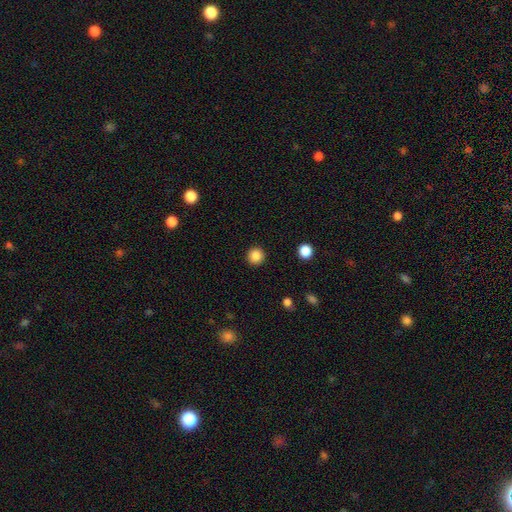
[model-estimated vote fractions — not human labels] A smooth galaxy with no disk features (86%) that is round (94%). Merging: none (92%).